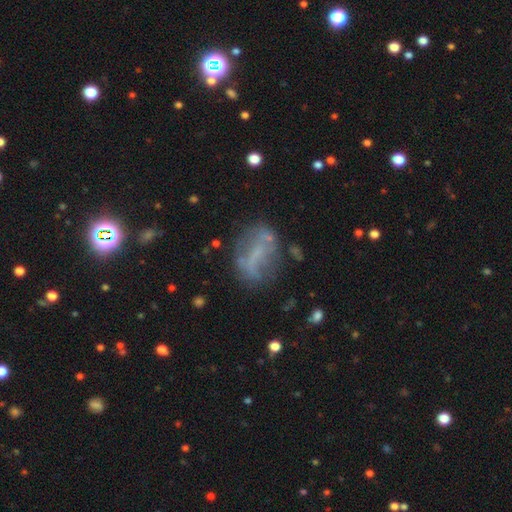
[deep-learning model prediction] Smooth or featured? featured or disk (51%)
Edge-on disk? no (92%)
Merging? none (53%)